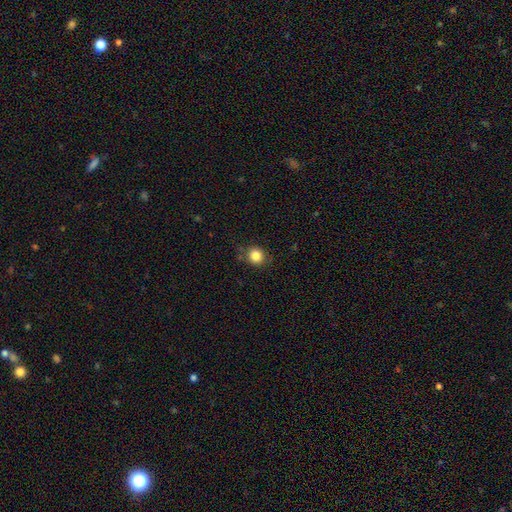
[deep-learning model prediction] Q: Smooth or featured?
A: smooth (84%); runner-up: star or artifact (11%)
Q: How rounded?
A: round (87%); runner-up: in between (12%)
Q: Merging?
A: none (82%); runner-up: minor disturbance (13%)